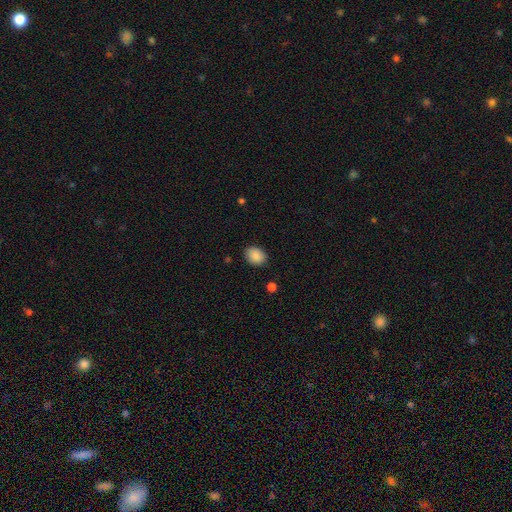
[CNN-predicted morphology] Smooth or featured: smooth — 87% (star or artifact — 8%)
How rounded: in between — 63% (round — 36%)
Merging: none — 88% (minor disturbance — 9%)